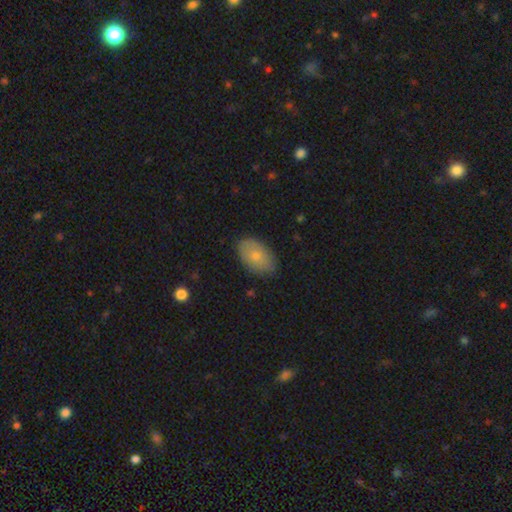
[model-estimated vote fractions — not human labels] This is likely a smooth galaxy (75%). How rounded: clearly in between (91%). Merging: clearly none (83%).